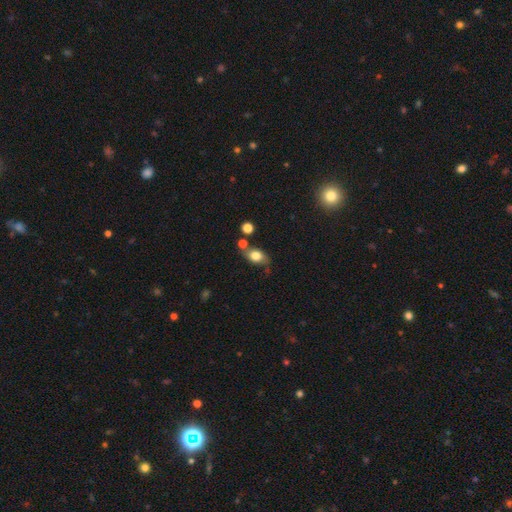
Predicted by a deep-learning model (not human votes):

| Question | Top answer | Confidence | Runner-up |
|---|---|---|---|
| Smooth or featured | smooth | 72% | featured or disk (18%) |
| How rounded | in between | 76% | round (21%) |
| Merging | none | 62% | minor disturbance (20%) |